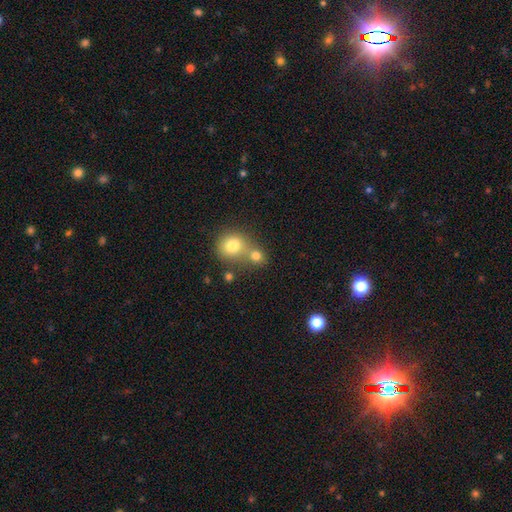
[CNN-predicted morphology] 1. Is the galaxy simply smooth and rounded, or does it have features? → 77% smooth, 13% star or artifact, 9% featured or disk.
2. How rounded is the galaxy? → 81% round, 18% in between, 1% cigar-shaped.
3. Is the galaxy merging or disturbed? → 46% merger, 44% none, 7% minor disturbance, 3% major disturbance.